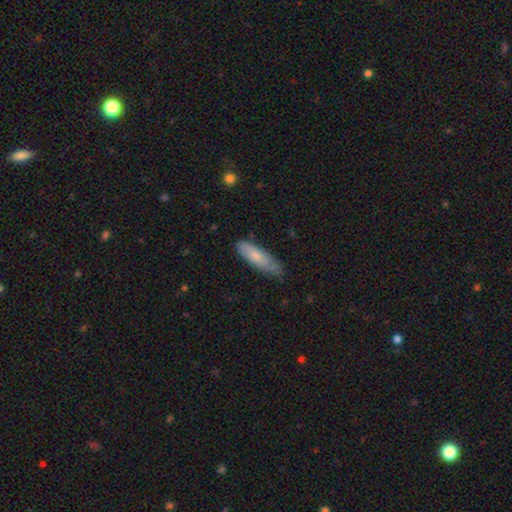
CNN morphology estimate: This is likely a smooth galaxy (75%). How rounded: possibly cigar-shaped (56%). Merging: likely none (67%).